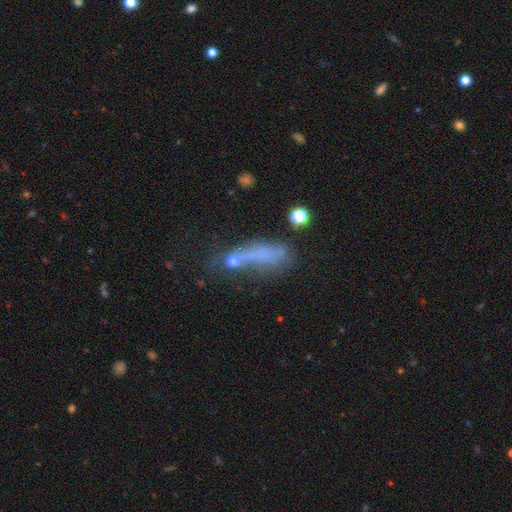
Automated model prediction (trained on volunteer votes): Smooth or featured?
  - smooth: 53% *
  - featured or disk: 29%
  - star or artifact: 18%
How rounded?
  - cigar-shaped: 60% *
  - in between: 35%
  - round: 5%
Merging?
  - none: 34% *
  - major disturbance: 26%
  - minor disturbance: 21%
  - merger: 20%